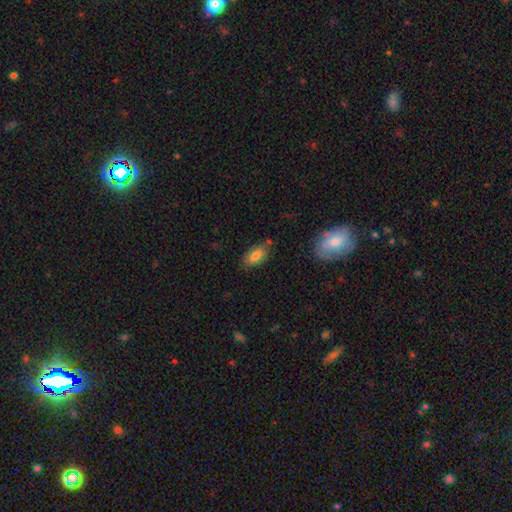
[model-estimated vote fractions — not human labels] Smooth or featured: smooth — 75% (featured or disk — 17%)
How rounded: in between — 87% (cigar-shaped — 10%)
Merging: none — 75% (minor disturbance — 17%)